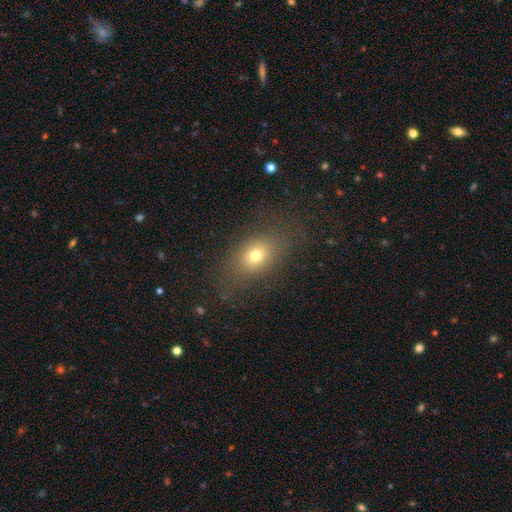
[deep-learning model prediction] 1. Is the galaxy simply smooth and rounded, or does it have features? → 69% smooth, 16% featured or disk, 15% star or artifact.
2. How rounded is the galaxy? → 68% in between, 28% round, 4% cigar-shaped.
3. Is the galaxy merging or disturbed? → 74% none, 15% minor disturbance, 10% major disturbance, 2% merger.